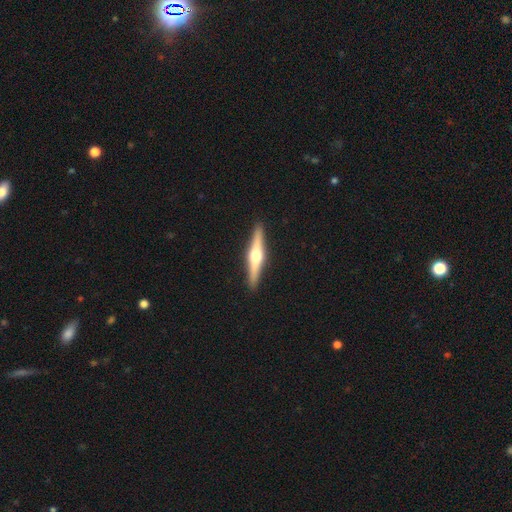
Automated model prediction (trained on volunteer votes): Smooth or featured?
  - featured or disk: 71% *
  - smooth: 24%
  - star or artifact: 5%
Edge-on disk?
  - yes: 98% *
  - no: 2%
Edge-on bulge?
  - rounded: 94% *
  - boxy: 3%
  - none: 3%
Merging?
  - none: 92% *
  - minor disturbance: 6%
  - major disturbance: 1%
  - merger: 1%